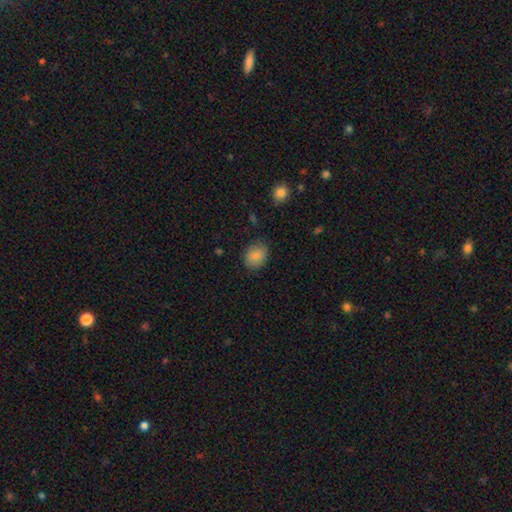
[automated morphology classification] Smooth or featured: smooth — 84% (star or artifact — 8%)
How rounded: in between — 54% (round — 45%)
Merging: none — 80% (minor disturbance — 15%)